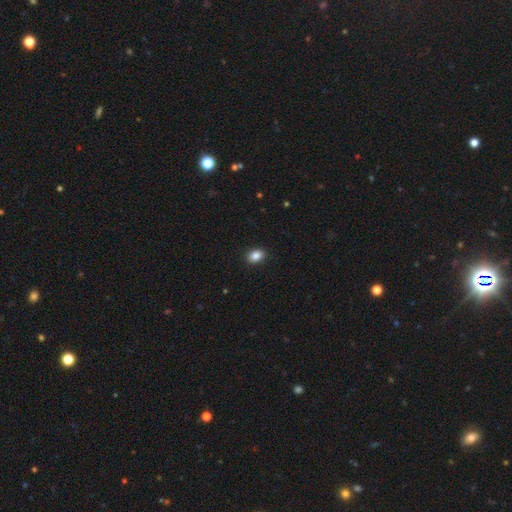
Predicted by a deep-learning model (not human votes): Q: Smooth or featured?
A: smooth (87%); runner-up: star or artifact (9%)
Q: How rounded?
A: in between (68%); runner-up: round (31%)
Q: Merging?
A: none (91%); runner-up: minor disturbance (7%)